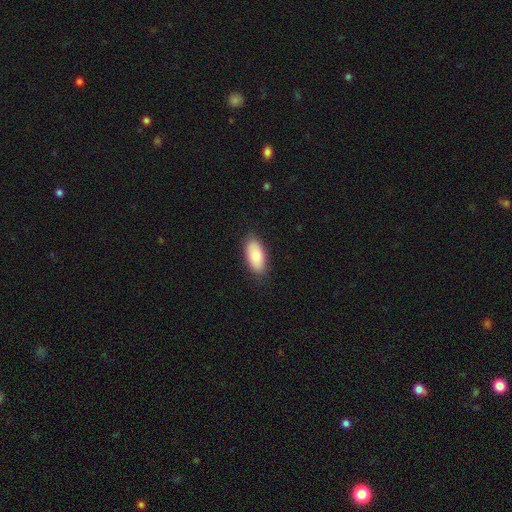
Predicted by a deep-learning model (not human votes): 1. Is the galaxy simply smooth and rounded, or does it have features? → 82% smooth, 12% featured or disk, 6% star or artifact.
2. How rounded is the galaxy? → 91% in between, 7% cigar-shaped, 2% round.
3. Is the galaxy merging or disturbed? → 86% none, 11% minor disturbance, 2% major disturbance, 1% merger.